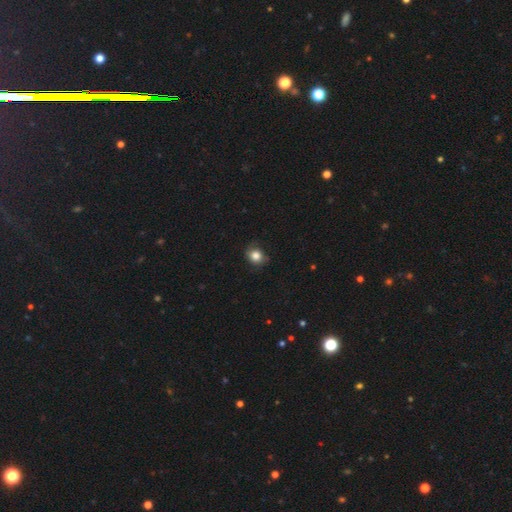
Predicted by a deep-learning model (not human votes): smooth-or-featured: smooth: 83% | star or artifact: 9% | featured or disk: 8%
  how-rounded: round: 68% | in between: 31% | cigar-shaped: 1%
  merging: none: 69% | minor disturbance: 23% | major disturbance: 7% | merger: 1%